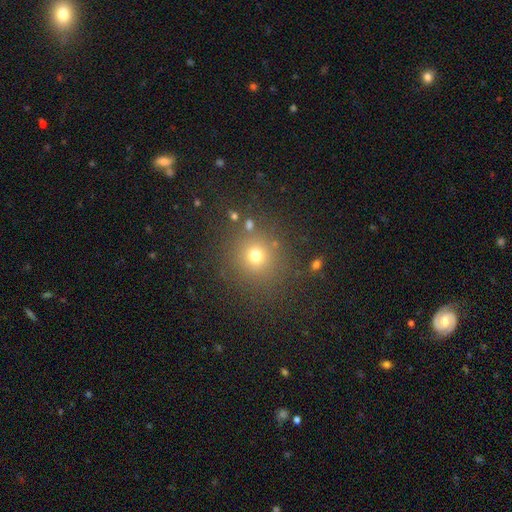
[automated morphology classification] Q: Smooth or featured?
A: smooth (71%); runner-up: star or artifact (21%)
Q: How rounded?
A: round (90%); runner-up: in between (9%)
Q: Merging?
A: none (83%); runner-up: minor disturbance (9%)